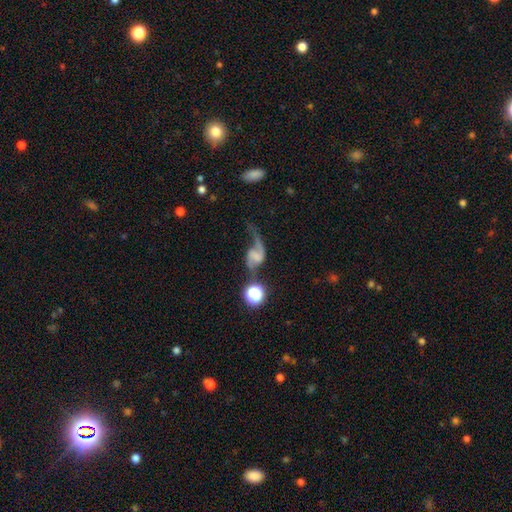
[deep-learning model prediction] featured or disk 77%, smooth 13%, star or artifact 10%. Down the decision tree: edge-on disk — no (97%); bar — no (43%); spiral arms — yes (92%); spiral arm count — 2 (82%); spiral winding — loose (85%); bulge size — none (62%); merging — none (39%).